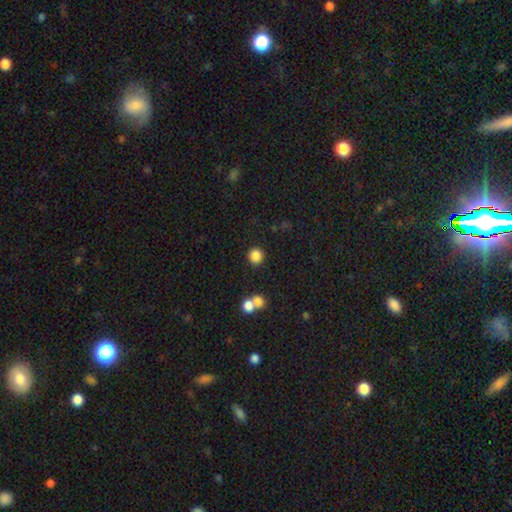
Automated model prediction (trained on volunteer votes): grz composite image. It shows a smooth galaxy with no disk features (85%) that is round (92%). Merging: none (83%).